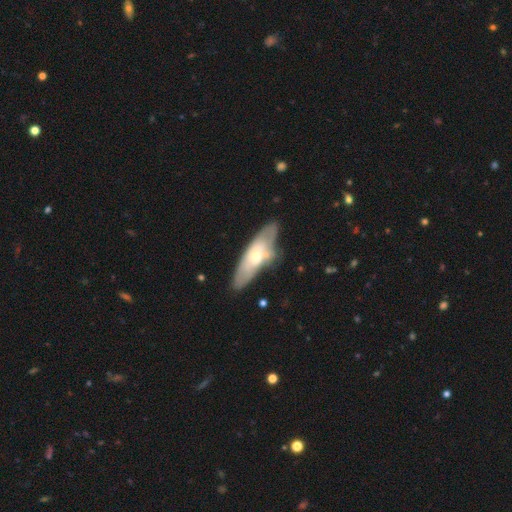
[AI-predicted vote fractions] Smooth or featured? featured or disk (51%)
Edge-on disk? no (67%)
Merging? none (62%)